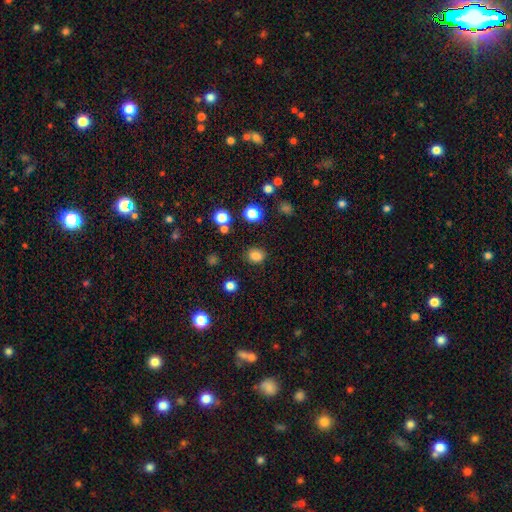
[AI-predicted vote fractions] The model was most divided on "how rounded": round: 58%, in between: 41%, cigar-shaped: 1%. More confident: merging — none (84%); smooth or featured — smooth (82%).